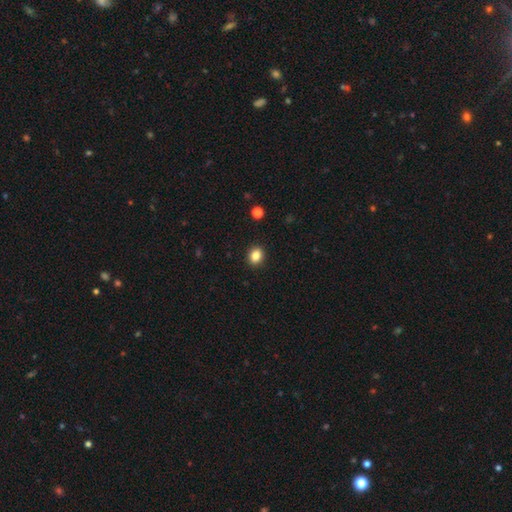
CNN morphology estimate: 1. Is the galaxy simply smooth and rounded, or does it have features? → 85% smooth, 10% star or artifact, 4% featured or disk.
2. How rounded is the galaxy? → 56% round, 43% in between, 1% cigar-shaped.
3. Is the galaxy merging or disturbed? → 91% none, 6% minor disturbance, 2% major disturbance, 1% merger.